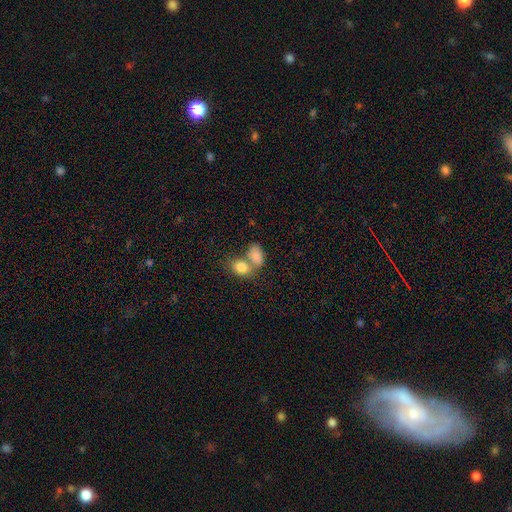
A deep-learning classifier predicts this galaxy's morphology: smooth 81%, featured or disk 11%, star or artifact 8%. Down the decision tree: how rounded — in between (80%); merging — merger (62%).